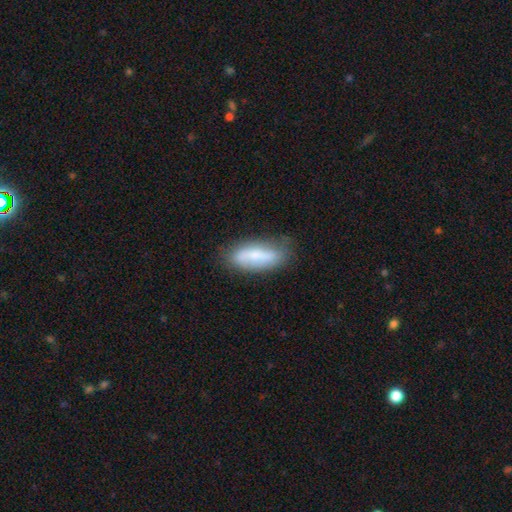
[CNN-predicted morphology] type=smooth (62%); roundness=in between (64%); merging=none (68%).